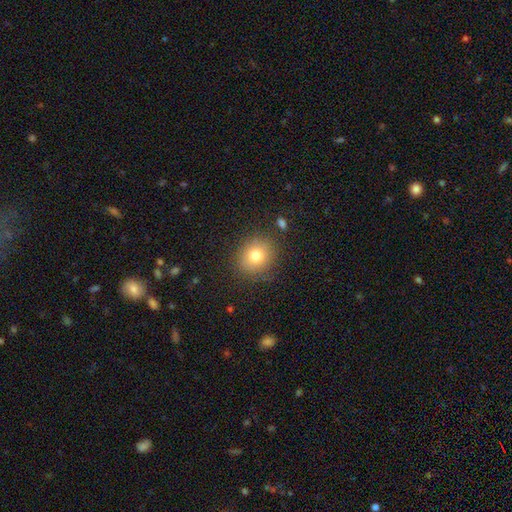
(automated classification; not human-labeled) smooth-or-featured: smooth: 78% | star or artifact: 12% | featured or disk: 11%
  how-rounded: round: 80% | in between: 19% | cigar-shaped: 1%
  merging: none: 85% | minor disturbance: 10% | major disturbance: 3% | merger: 2%